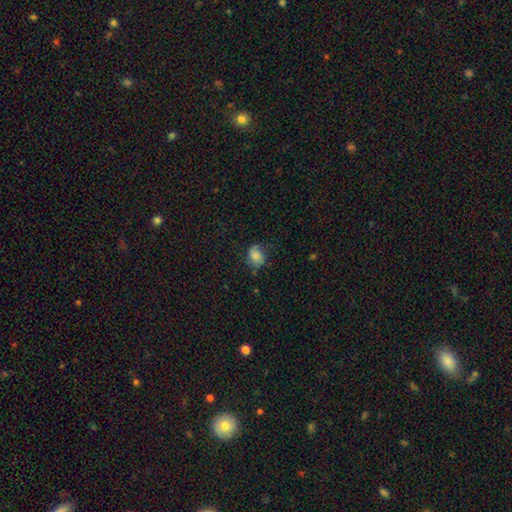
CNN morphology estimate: smooth 70%, featured or disk 20%, star or artifact 10%. Down the decision tree: how rounded — in between (62%); merging — none (59%).